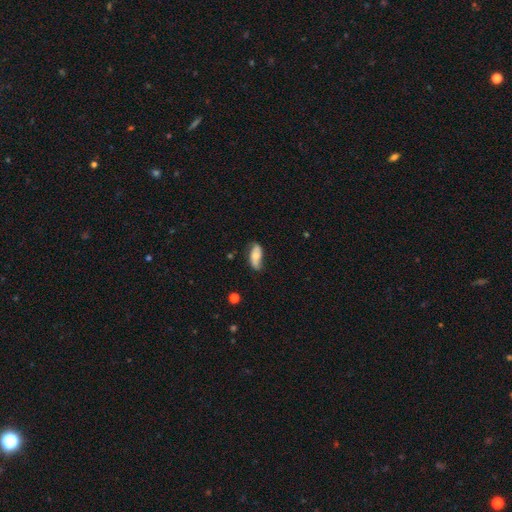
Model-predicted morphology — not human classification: Overall: smooth (53%; featured or disk 40%). How rounded: in between (80%). Merging: none (65%; minor disturbance 26%).